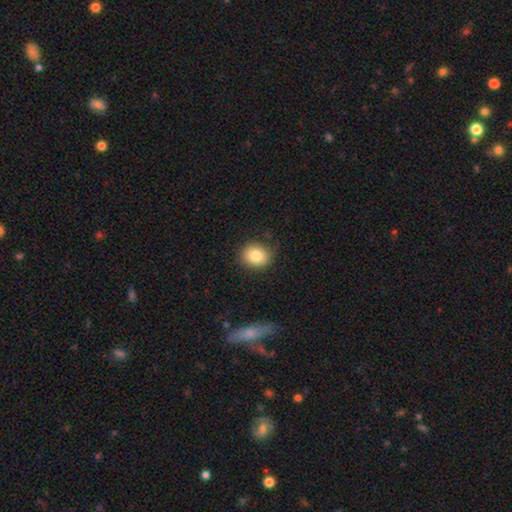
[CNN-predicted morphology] This is clearly a smooth galaxy (84%). How rounded: likely round (63%). Merging: clearly none (81%).